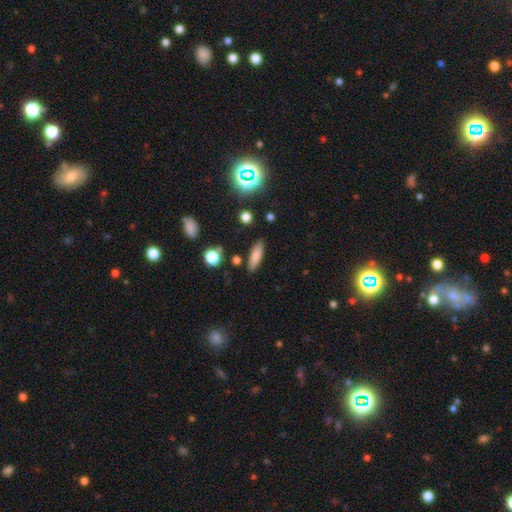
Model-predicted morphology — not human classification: This appears to be a smooth galaxy with no disk features (79%) that is cigar-shaped (51%). Merging: none (84%).